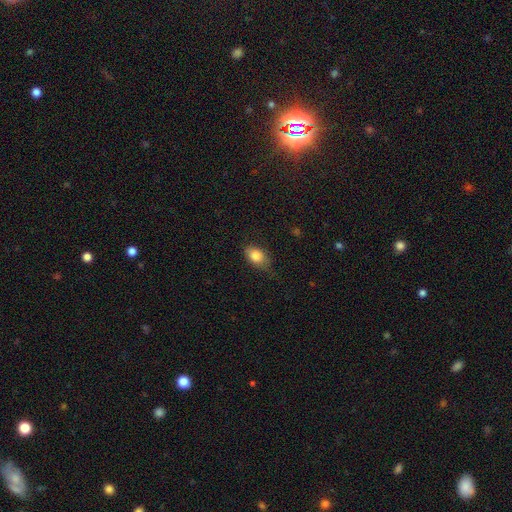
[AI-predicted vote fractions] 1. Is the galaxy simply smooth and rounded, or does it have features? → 83% smooth, 9% featured or disk, 8% star or artifact.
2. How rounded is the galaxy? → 82% in between, 15% round, 2% cigar-shaped.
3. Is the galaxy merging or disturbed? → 65% none, 27% minor disturbance, 7% major disturbance, 1% merger.